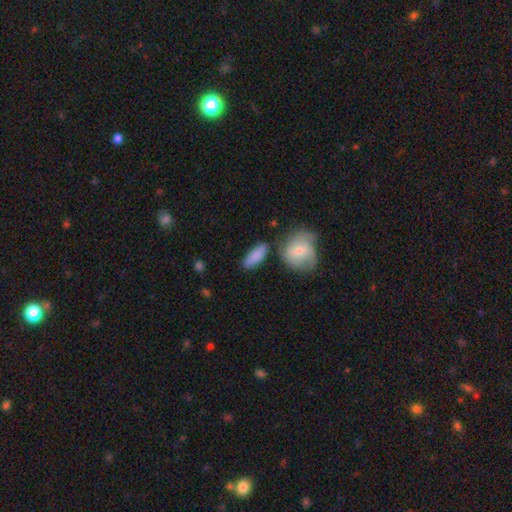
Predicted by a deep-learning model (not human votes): Smooth or featured? Predicted: smooth (p=0.83). How rounded? Predicted: in between (p=0.71). Merging? Predicted: none (p=0.69).